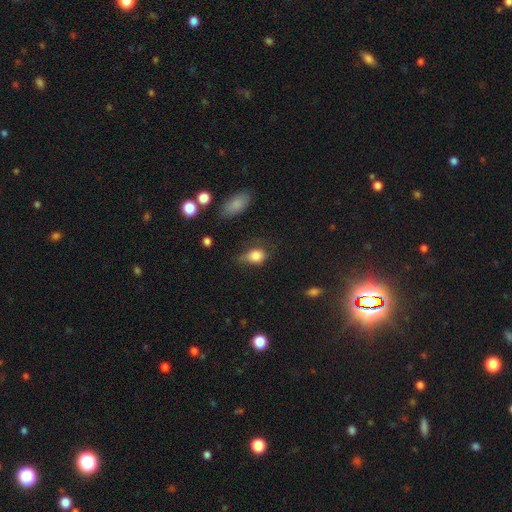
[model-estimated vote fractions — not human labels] smooth-or-featured: smooth: 81% | featured or disk: 9% | star or artifact: 9%
  how-rounded: in between: 61% | round: 36% | cigar-shaped: 2%
  merging: none: 40% | minor disturbance: 37% | major disturbance: 20% | merger: 3%